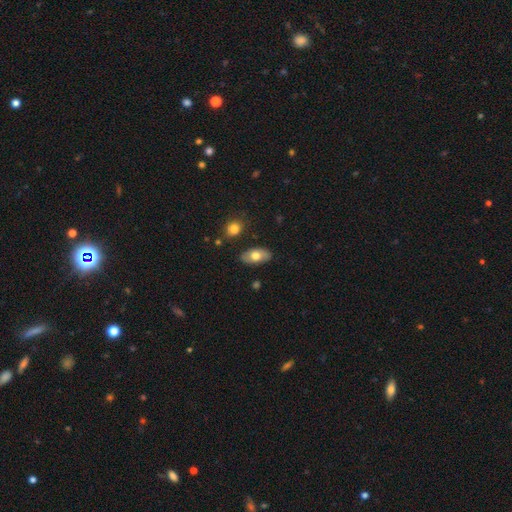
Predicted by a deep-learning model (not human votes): Smooth or featured? smooth (67%)
How rounded? in between (92%)
Merging? none (83%)